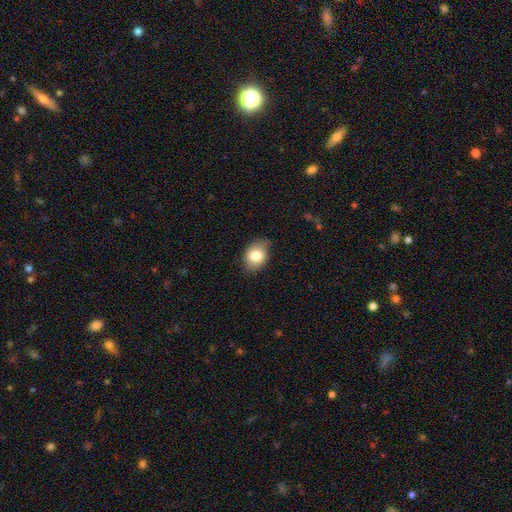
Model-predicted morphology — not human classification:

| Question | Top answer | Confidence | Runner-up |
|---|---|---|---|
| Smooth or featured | smooth | 79% | featured or disk (13%) |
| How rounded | in between | 72% | round (27%) |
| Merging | none | 76% | minor disturbance (20%) |